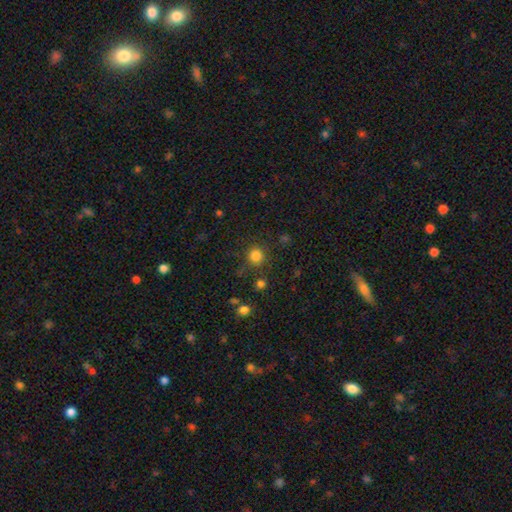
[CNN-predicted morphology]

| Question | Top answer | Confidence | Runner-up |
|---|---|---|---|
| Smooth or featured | smooth | 82% | star or artifact (14%) |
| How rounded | round | 89% | in between (10%) |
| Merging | none | 81% | minor disturbance (10%) |